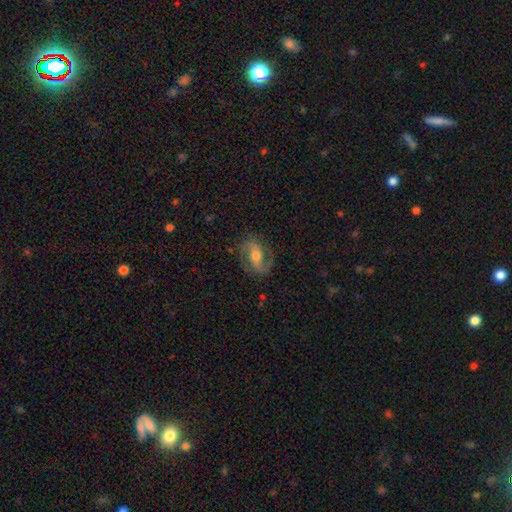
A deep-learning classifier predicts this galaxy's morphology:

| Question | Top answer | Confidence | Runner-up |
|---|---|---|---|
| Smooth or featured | featured or disk | 81% | smooth (12%) |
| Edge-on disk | no | 96% | yes (4%) |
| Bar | weak | 40% | strong (31%) |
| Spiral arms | yes | 94% | no (6%) |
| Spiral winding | medium | 49% | loose (30%) |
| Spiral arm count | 2 | 87% | 1 (5%) |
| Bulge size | moderate | 63% | small (29%) |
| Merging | none | 79% | minor disturbance (14%) |